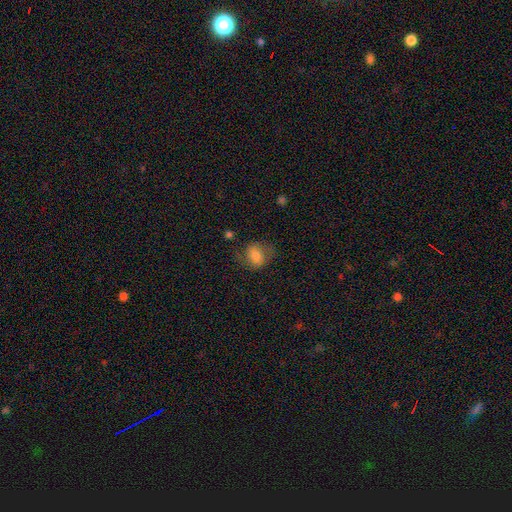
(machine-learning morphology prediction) Smooth or featured: smooth — 66% (featured or disk — 24%)
How rounded: in between — 53% (round — 46%)
Merging: none — 61% (minor disturbance — 23%)